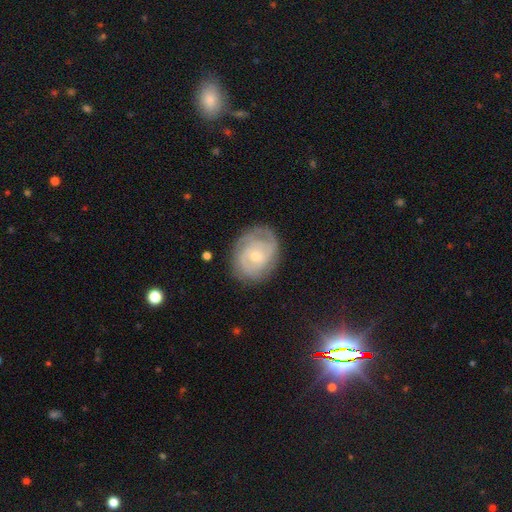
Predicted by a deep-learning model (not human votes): Smooth or featured? featured or disk (77%)
Edge-on disk? no (98%)
Bar? no (68%)
Spiral arms? yes (92%)
Spiral winding? tight (61%)
Spiral arm count? 2 (34%)
Bulge size? small (62%)
Merging? none (75%)